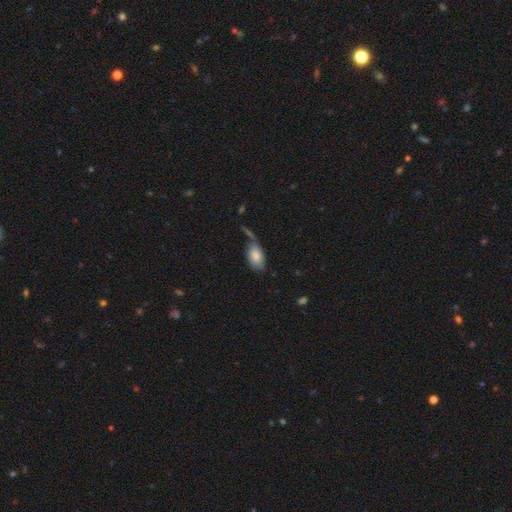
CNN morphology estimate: Overall: smooth (82%). How rounded: in between (93%). Merging: none (47%; minor disturbance 23%).